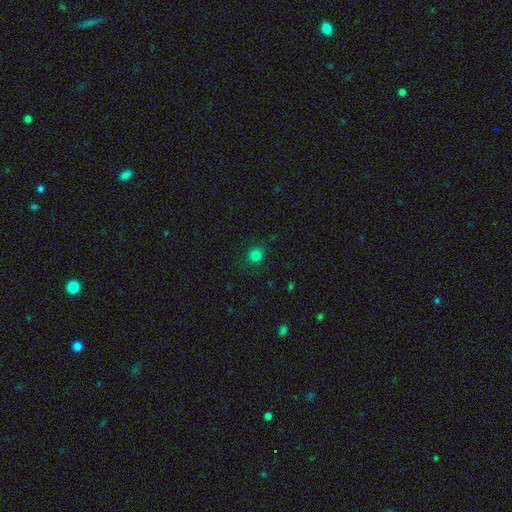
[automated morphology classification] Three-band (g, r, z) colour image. It shows a smooth galaxy with no disk features (81%) that is round (90%). Merging: none (86%).